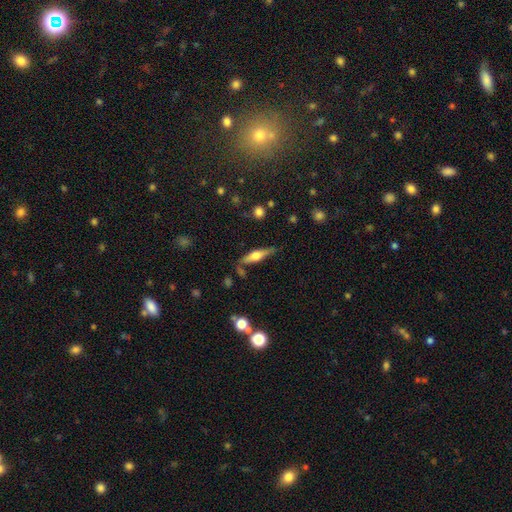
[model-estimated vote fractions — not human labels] smooth-or-featured: featured or disk: 56% | smooth: 38% | star or artifact: 6%
  disk-edge-on: yes: 93% | no: 7%
    edge-on-bulge: rounded: 88% | boxy: 9% | none: 3%
  merging: none: 76% | minor disturbance: 16% | merger: 4% | major disturbance: 4%